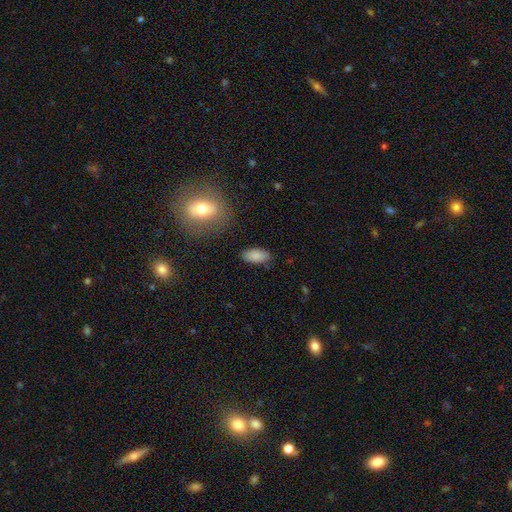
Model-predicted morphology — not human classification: Overall: smooth (86%). How rounded: in between (92%). Merging: none (85%).